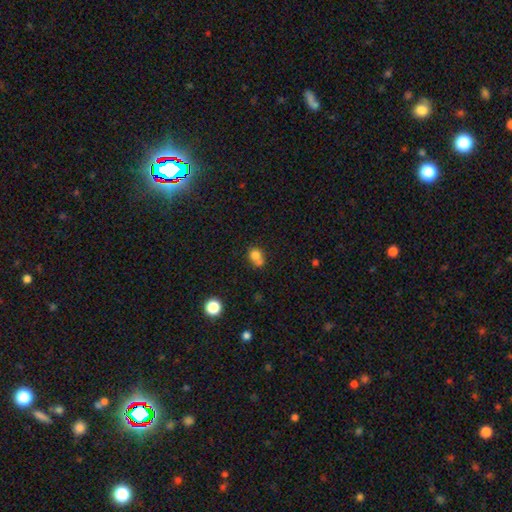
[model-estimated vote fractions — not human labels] Smooth or featured? Predicted: smooth (p=0.76). How rounded? Predicted: round (p=0.65). Merging? Predicted: none (p=0.39, tied with merger).